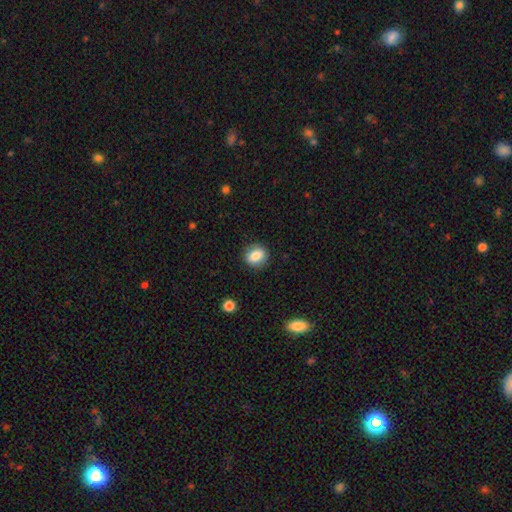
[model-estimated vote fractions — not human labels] A smooth galaxy with no disk features (84%) that is round (58%).

Vote fractions:
- Smooth or featured? smooth: 84% / star or artifact: 9% / featured or disk: 7%
- How rounded? round: 58% / in between: 40% / cigar-shaped: 1%
- Merging? none: 87% / minor disturbance: 9% / major disturbance: 3% / merger: 1%